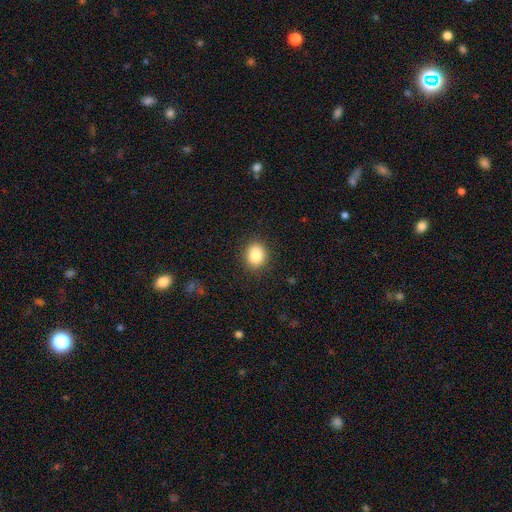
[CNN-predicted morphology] type=smooth (87%); roundness=round (61%); merging=none (88%).